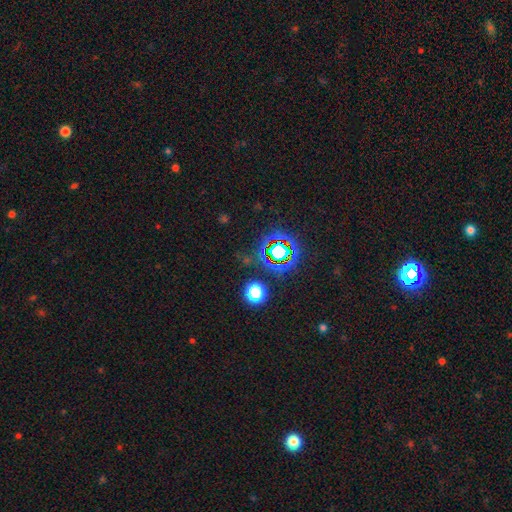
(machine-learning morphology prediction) type=star or artifact (77%).